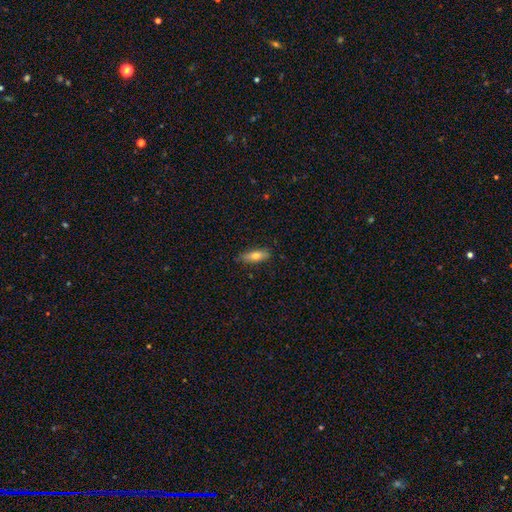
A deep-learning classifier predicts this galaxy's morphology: Q: Smooth or featured?
A: smooth (68%); runner-up: featured or disk (25%)
Q: How rounded?
A: in between (50%); runner-up: cigar-shaped (48%)
Q: Merging?
A: none (82%); runner-up: minor disturbance (14%)